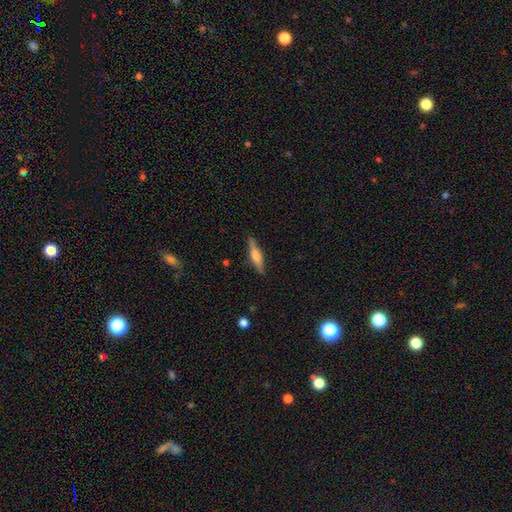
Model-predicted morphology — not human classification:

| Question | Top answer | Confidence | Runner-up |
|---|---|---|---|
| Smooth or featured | featured or disk | 54% | smooth (39%) |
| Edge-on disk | yes | 96% | no (4%) |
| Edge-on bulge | rounded | 78% | boxy (17%) |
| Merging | none | 88% | minor disturbance (9%) |